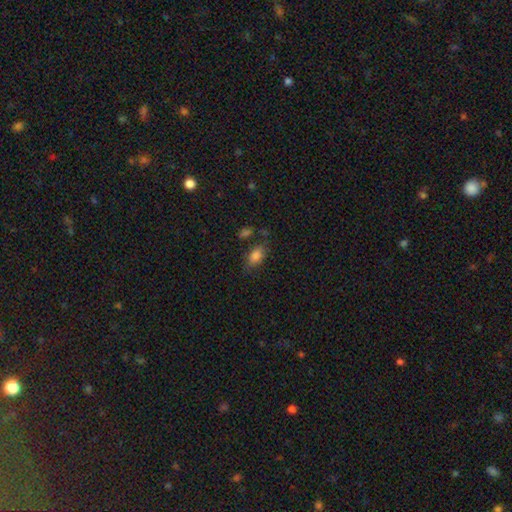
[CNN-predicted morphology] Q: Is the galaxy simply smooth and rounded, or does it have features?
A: smooth — 81%.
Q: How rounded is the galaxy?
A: in between — 89%.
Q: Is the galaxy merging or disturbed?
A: none — 67%.